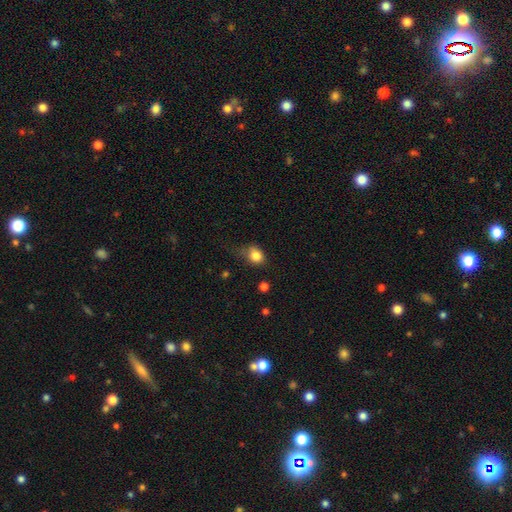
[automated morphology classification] smooth_or_featured: smooth (p=0.83) [alt: star or artifact p=0.10]
how_rounded: round (p=0.55) [alt: in between p=0.44]
merging: none (p=0.47) [alt: minor disturbance p=0.35]